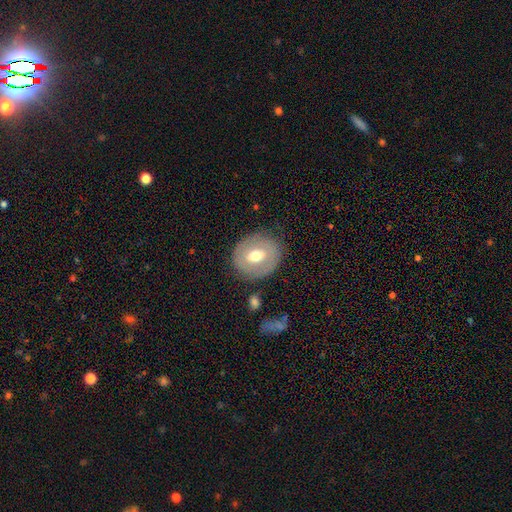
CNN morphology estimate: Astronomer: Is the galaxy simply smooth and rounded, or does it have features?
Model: smooth — 50% (runner-up: featured or disk, 43%).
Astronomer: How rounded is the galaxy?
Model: round — 63%.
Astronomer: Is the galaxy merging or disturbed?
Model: none — 80%.